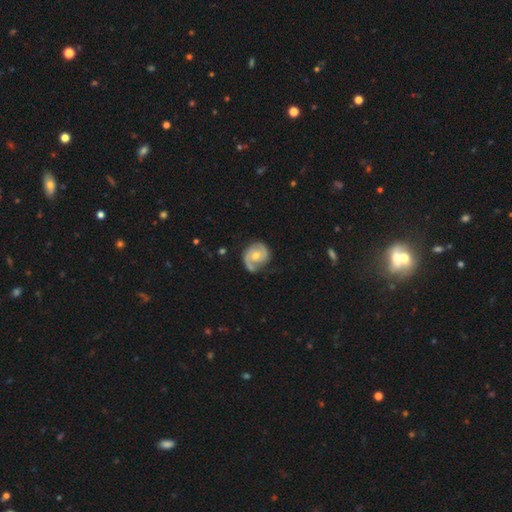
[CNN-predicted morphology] Overall: featured or disk (84%). Edge-on disk: no (98%). Bar: no (61%; weak 33%). Spiral arms: yes (96%). Spiral arm count: 2 (82%). Spiral winding: tight (49%; medium 40%). Bulge size: moderate (59%; small 36%). Merging: none (70%).